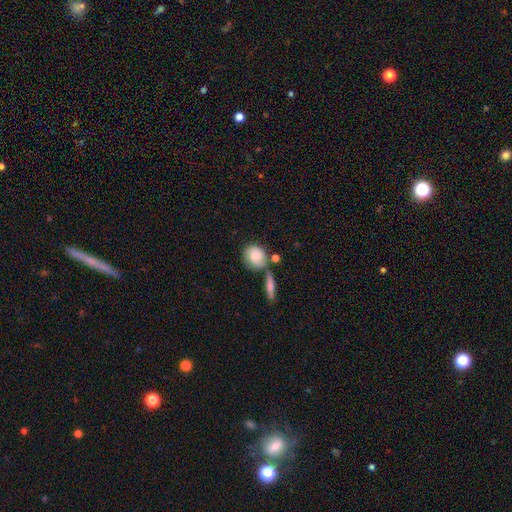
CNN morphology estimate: The model was most divided on "merging": none: 47%, merger: 24%, minor disturbance: 20%, major disturbance: 9%. More confident: how rounded — round (70%); smooth or featured — smooth (69%).